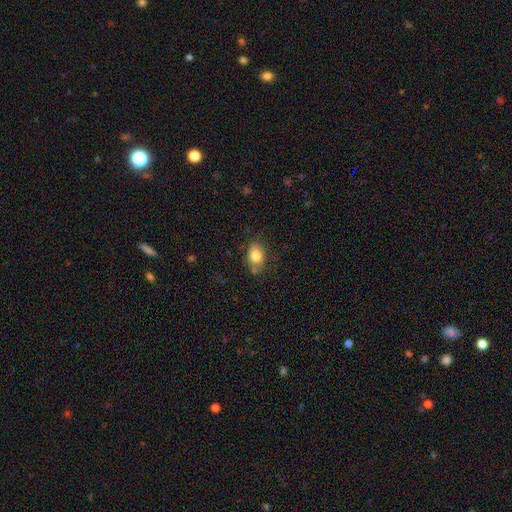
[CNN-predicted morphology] type=smooth (81%); roundness=in between (71%); merging=none (72%).